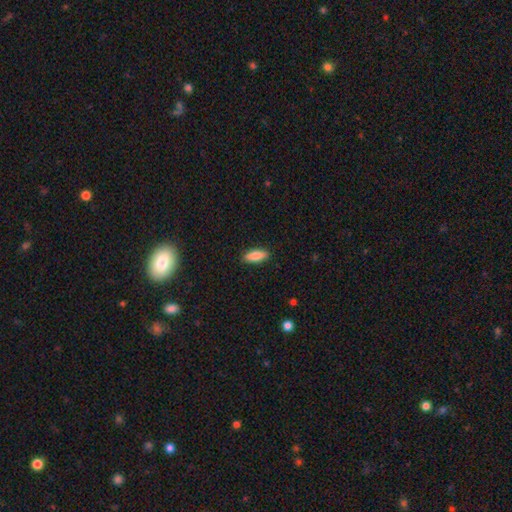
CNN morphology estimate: Smooth or featured: smooth — 83% (featured or disk — 11%)
How rounded: in between — 70% (cigar-shaped — 28%)
Merging: none — 89% (minor disturbance — 8%)